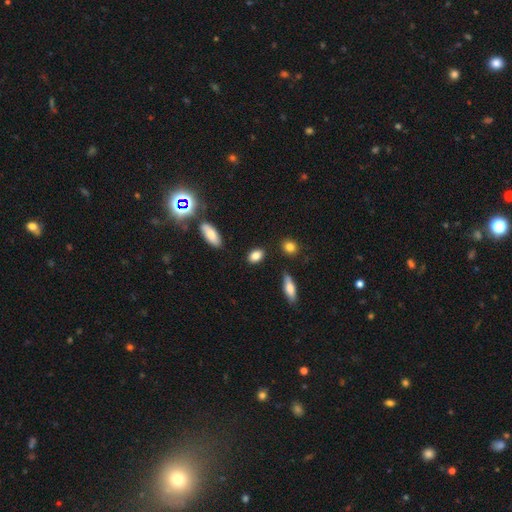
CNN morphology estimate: This appears to be a smooth galaxy with no disk features (84%) that is in between round and cigar-shaped (84%). Merging: none (85%).